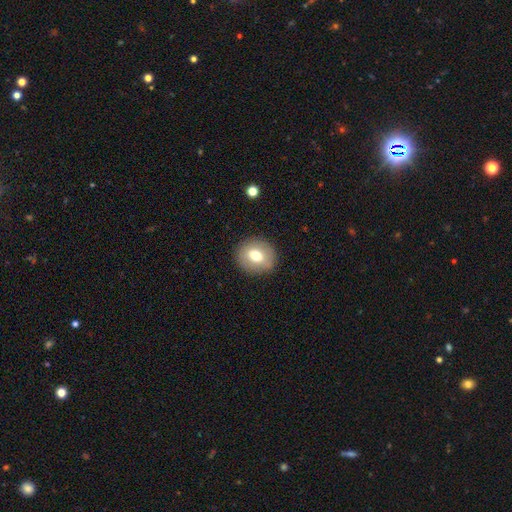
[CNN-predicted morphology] Smooth or featured? smooth (68%)
How rounded? round (74%)
Merging? none (88%)